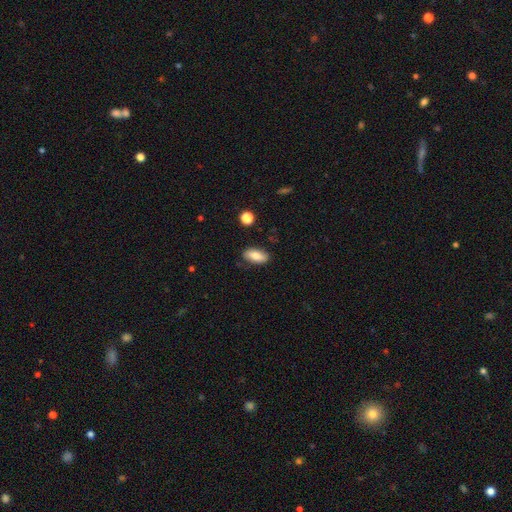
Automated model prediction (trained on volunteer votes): A smooth galaxy with no disk features (79%) that is in between round and cigar-shaped (88%). Merging: none (84%).